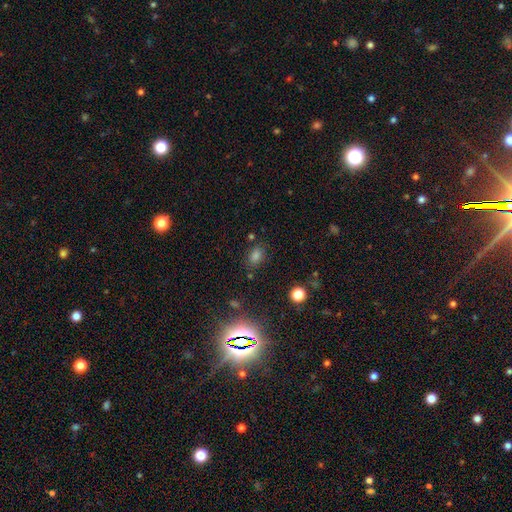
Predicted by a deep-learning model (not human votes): Overall: smooth (67%). How rounded: in between (74%). Merging: none (80%).